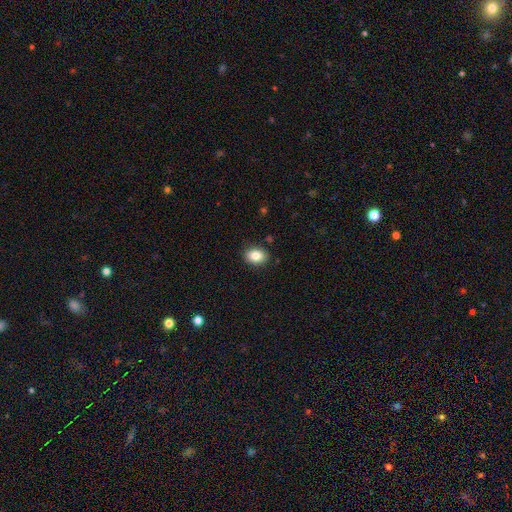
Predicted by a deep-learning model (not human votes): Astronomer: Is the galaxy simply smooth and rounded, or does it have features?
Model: smooth — 85%.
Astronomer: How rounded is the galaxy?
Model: in between — 67%.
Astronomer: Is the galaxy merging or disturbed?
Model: none — 88%.